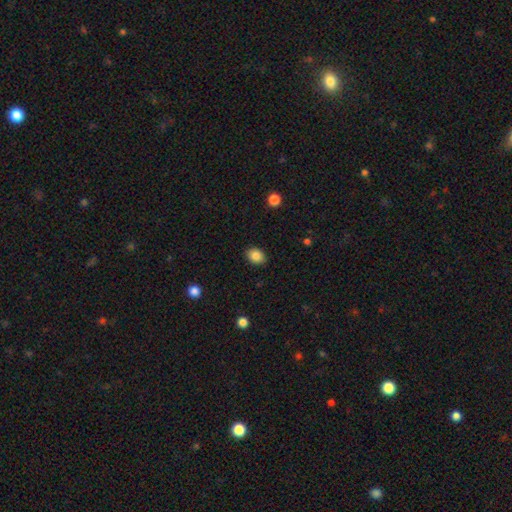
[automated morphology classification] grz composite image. It shows a smooth galaxy with no disk features (87%) that is in between round and cigar-shaped (64%). Merging: none (88%).